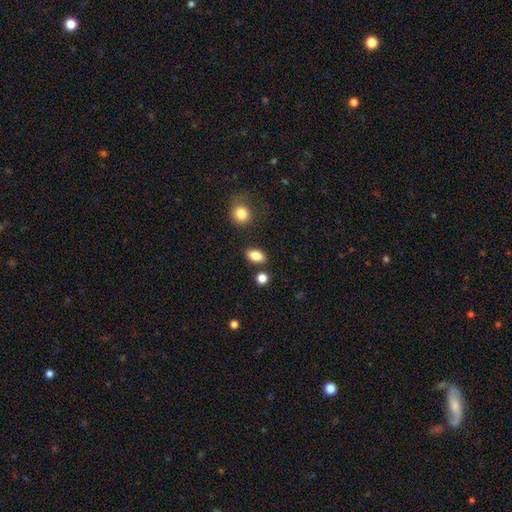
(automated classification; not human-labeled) Smooth or featured?
  - smooth: 84% *
  - star or artifact: 9%
  - featured or disk: 7%
How rounded?
  - in between: 85% *
  - round: 12%
  - cigar-shaped: 3%
Merging?
  - none: 83% *
  - minor disturbance: 9%
  - merger: 5%
  - major disturbance: 3%